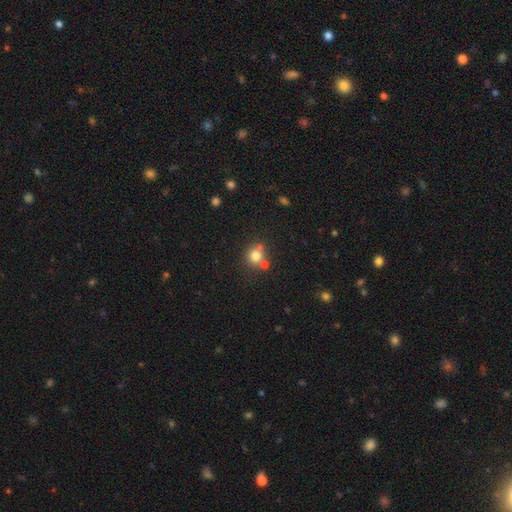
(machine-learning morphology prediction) type=smooth (76%); roundness=round (83%); merging=none (57%).